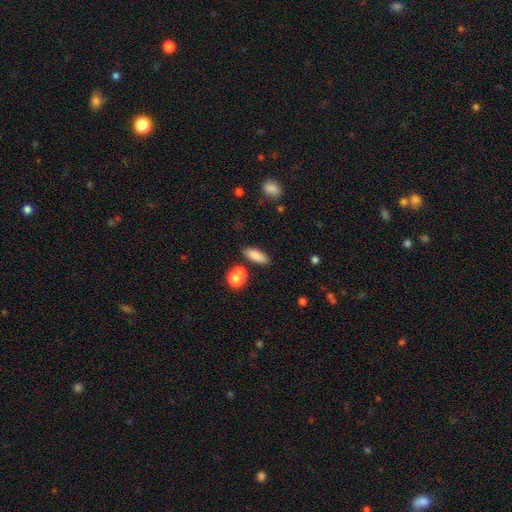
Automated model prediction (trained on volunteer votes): Smooth or featured? Predicted: smooth (p=0.83). How rounded? Predicted: in between (p=0.69). Merging? Predicted: none (p=0.74).